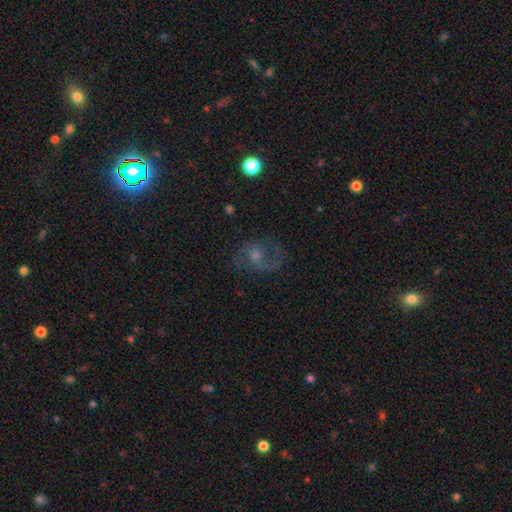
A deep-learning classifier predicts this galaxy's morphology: A featured or disk galaxy (62%) with no bar (58%), spiral arms (84%) and a moderate central bulge (47%). Merging: none (63%).